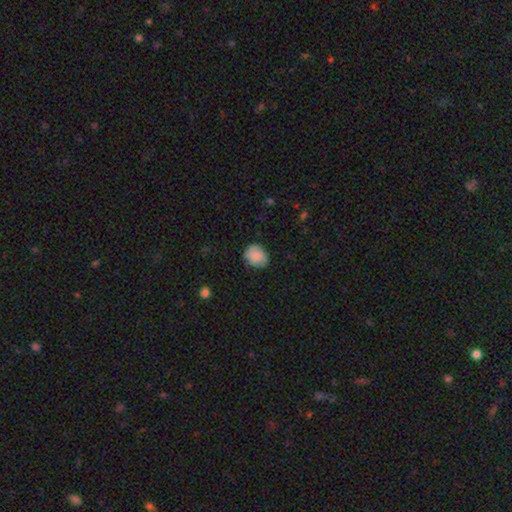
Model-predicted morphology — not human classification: smooth-or-featured: smooth: 83% | featured or disk: 10% | star or artifact: 7%
  how-rounded: round: 53% | in between: 46% | cigar-shaped: 1%
  merging: none: 73% | minor disturbance: 23% | major disturbance: 4% | merger: 1%